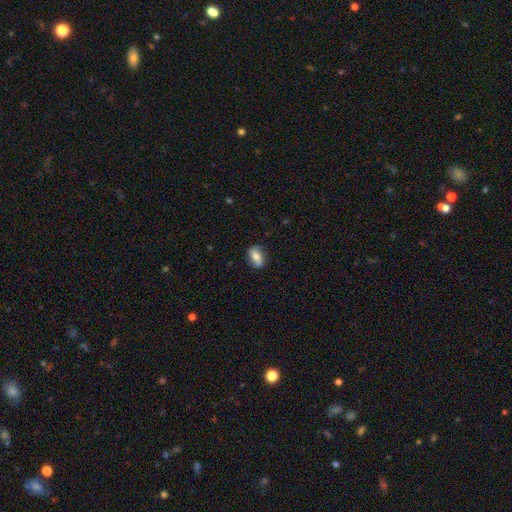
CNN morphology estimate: Smooth or featured: smooth — 71% (featured or disk — 21%)
How rounded: in between — 84% (round — 10%)
Merging: none — 79% (minor disturbance — 16%)